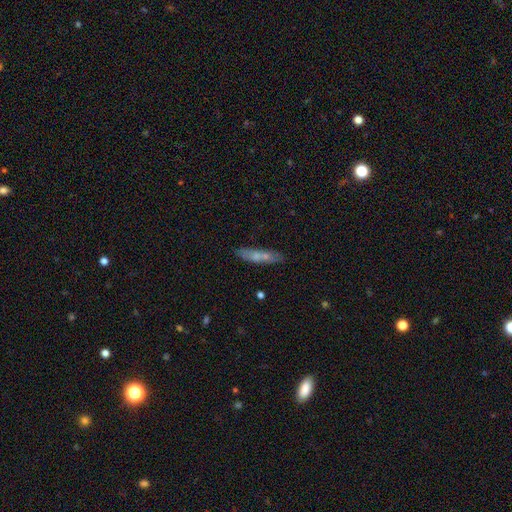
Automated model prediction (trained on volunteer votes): smooth-or-featured: smooth: 57% | featured or disk: 34% | star or artifact: 9%
  how-rounded: cigar-shaped: 83% | in between: 14% | round: 2%
  merging: none: 76% | minor disturbance: 15% | merger: 5% | major disturbance: 4%